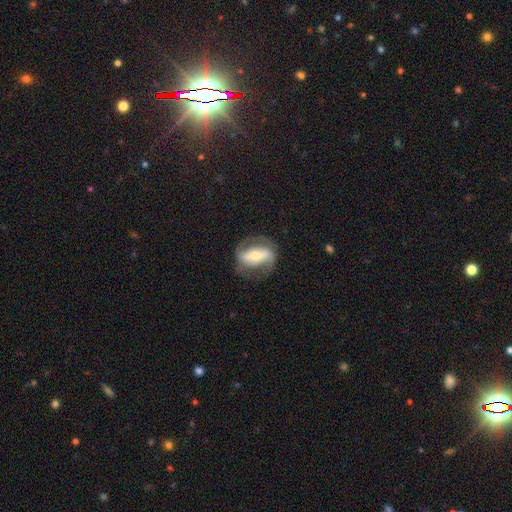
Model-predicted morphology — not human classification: smooth_or_featured: featured or disk (p=0.70) [alt: smooth p=0.25]
disk_edge_on: no (p=0.87) [alt: yes p=0.13]
bar: strong (p=0.66) [alt: weak p=0.18]
has_spiral_arms: yes (p=0.67) [alt: no p=0.33]
bulge_size: moderate (p=0.49) [alt: small p=0.39]
merging: none (p=0.68) [alt: minor disturbance p=0.18]